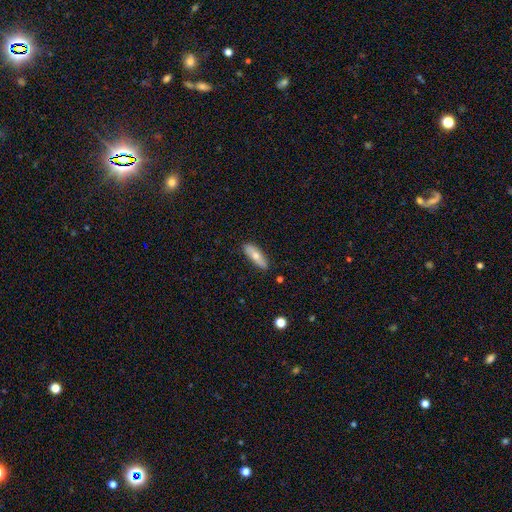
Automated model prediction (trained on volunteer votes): Smooth or featured? Predicted: smooth (p=0.67). How rounded? Predicted: cigar-shaped (p=0.50). Merging? Predicted: none (p=0.86).